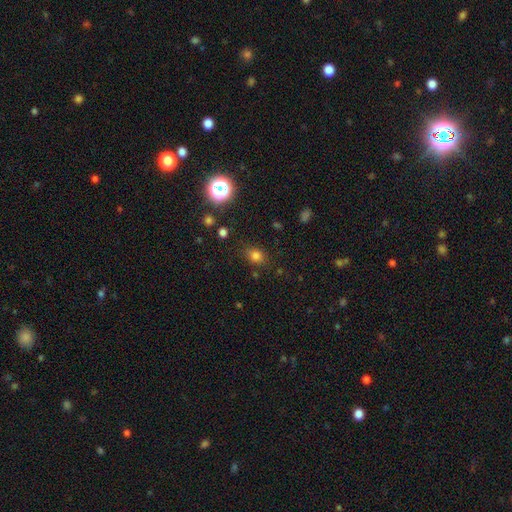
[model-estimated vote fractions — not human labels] The model was most divided on "how rounded": round: 54%, in between: 45%, cigar-shaped: 1%. More confident: merging — none (79%); smooth or featured — smooth (77%).